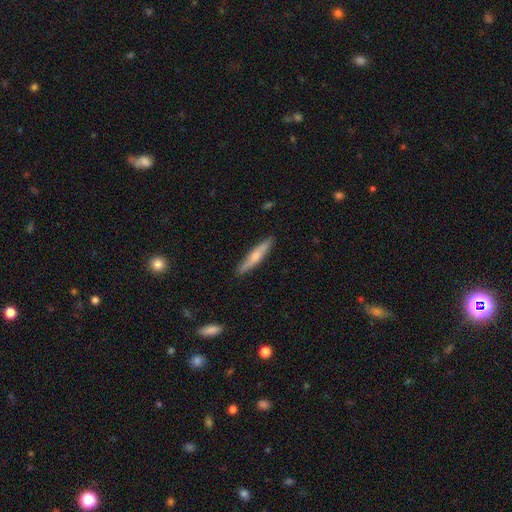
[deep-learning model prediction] Morphology: type=smooth (56%); roundness=cigar-shaped (90%); merging=none (89%).